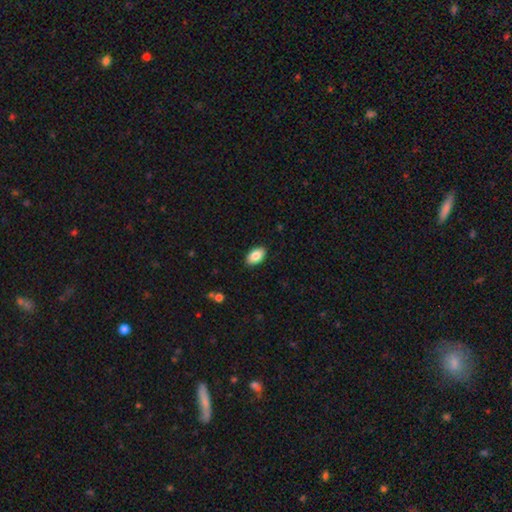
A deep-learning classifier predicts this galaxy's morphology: A smooth galaxy with no disk features (86%) that is in between round and cigar-shaped (94%). Merging: none (89%).